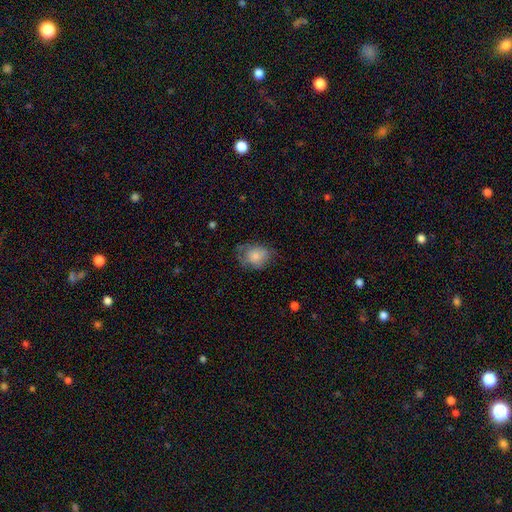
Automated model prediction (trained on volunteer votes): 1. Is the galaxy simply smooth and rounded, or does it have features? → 76% smooth, 17% featured or disk, 8% star or artifact.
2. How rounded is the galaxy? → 52% in between, 47% round, 1% cigar-shaped.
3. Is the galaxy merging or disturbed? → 51% none, 31% minor disturbance, 17% major disturbance, 2% merger.